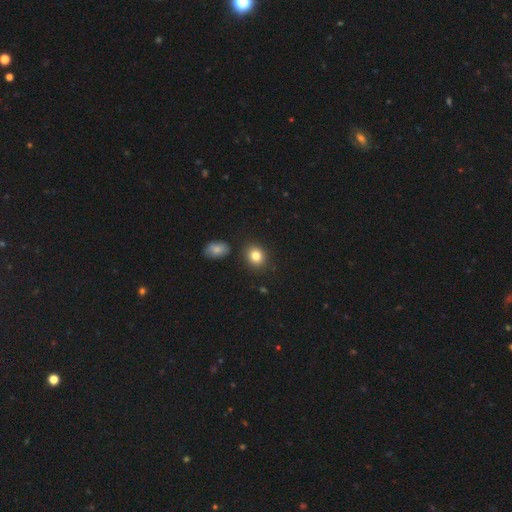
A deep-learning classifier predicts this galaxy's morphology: This is clearly a smooth galaxy (83%). How rounded: likely round (61%). Merging: clearly none (84%).